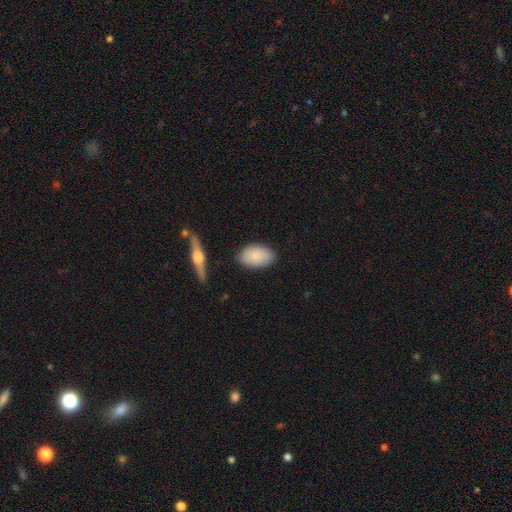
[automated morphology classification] Smooth or featured?
  - smooth: 81% *
  - featured or disk: 13%
  - star or artifact: 6%
How rounded?
  - in between: 91% *
  - round: 7%
  - cigar-shaped: 2%
Merging?
  - none: 80% *
  - minor disturbance: 14%
  - major disturbance: 3%
  - merger: 2%